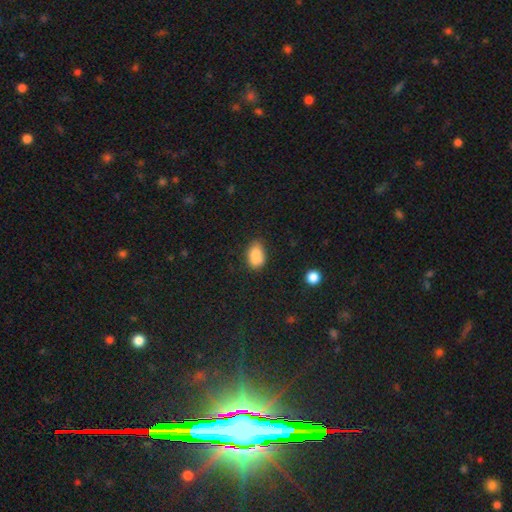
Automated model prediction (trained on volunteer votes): smooth-or-featured: smooth: 85% | star or artifact: 8% | featured or disk: 6%
  how-rounded: in between: 86% | round: 13% | cigar-shaped: 1%
  merging: none: 68% | minor disturbance: 24% | major disturbance: 4% | merger: 3%